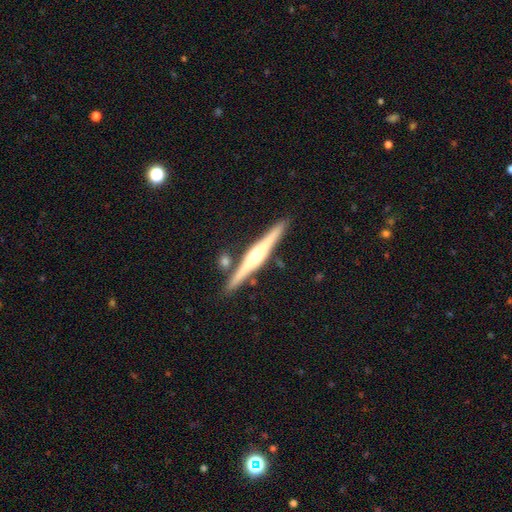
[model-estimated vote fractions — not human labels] smooth_or_featured: featured or disk (p=0.80) [alt: smooth p=0.15]
disk_edge_on: yes (p=0.98) [alt: no p=0.02]
edge_on_bulge: rounded (p=0.84) [alt: boxy p=0.10]
merging: none (p=0.87) [alt: minor disturbance p=0.07]